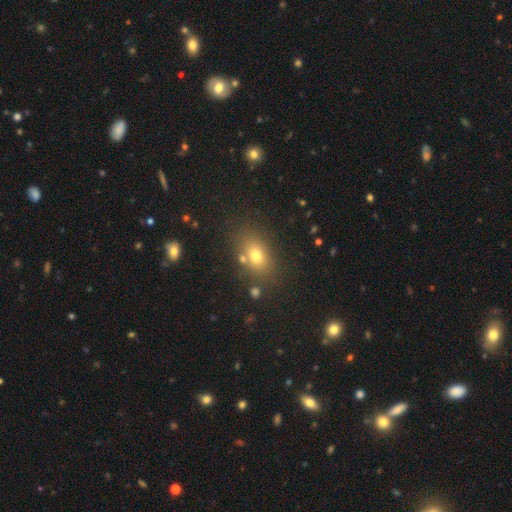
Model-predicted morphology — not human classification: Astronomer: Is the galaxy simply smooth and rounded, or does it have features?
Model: smooth — 70%.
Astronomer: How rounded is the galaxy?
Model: in between — 71%.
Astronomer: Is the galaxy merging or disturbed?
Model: none — 74%.